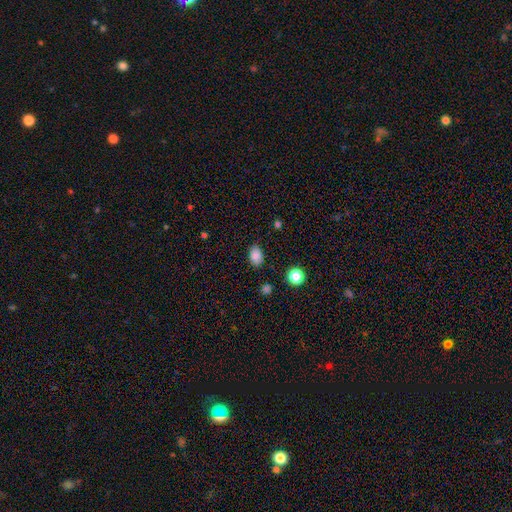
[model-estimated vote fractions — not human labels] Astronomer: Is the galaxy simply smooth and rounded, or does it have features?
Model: smooth — 85%.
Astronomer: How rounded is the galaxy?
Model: in between — 81%.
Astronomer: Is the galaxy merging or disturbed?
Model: none — 82%.